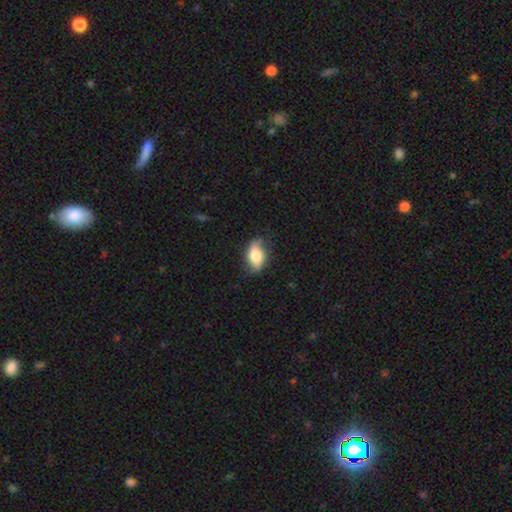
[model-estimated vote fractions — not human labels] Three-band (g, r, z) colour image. It shows a smooth galaxy with no disk features (62%) that is in between round and cigar-shaped (86%). Merging: none (72%).